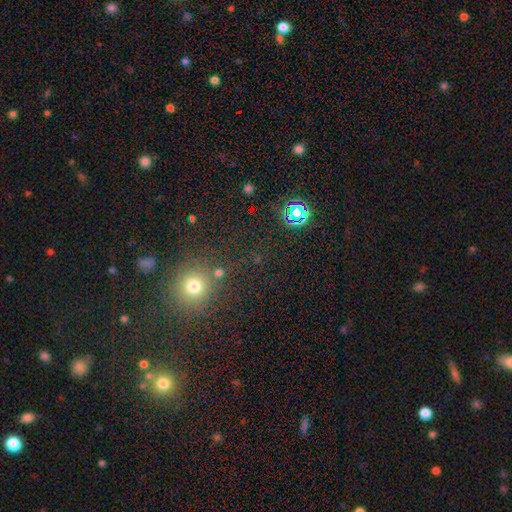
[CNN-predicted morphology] Overall: smooth (50%; star or artifact 44%). Merging: none (82%).